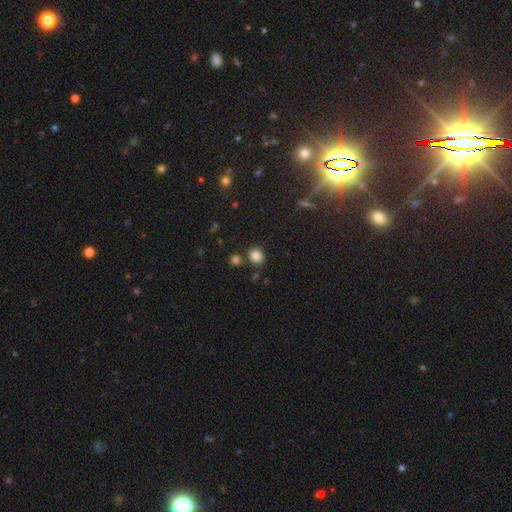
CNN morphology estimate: smooth-or-featured: smooth: 83% | star or artifact: 12% | featured or disk: 5%
  how-rounded: round: 72% | in between: 27% | cigar-shaped: 1%
  merging: none: 76% | merger: 10% | minor disturbance: 10% | major disturbance: 3%